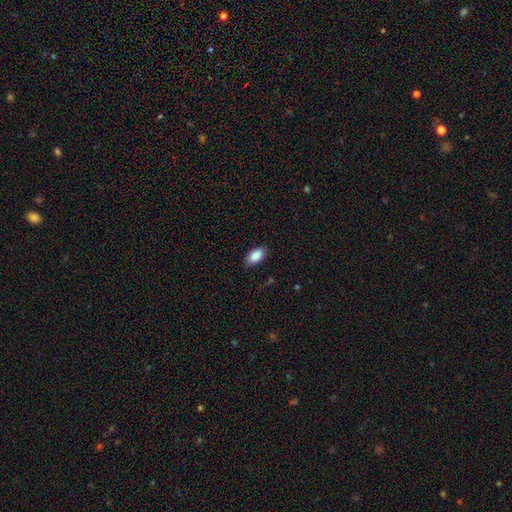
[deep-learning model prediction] Smooth or featured: smooth — 89% (star or artifact — 7%)
How rounded: in between — 93% (round — 5%)
Merging: none — 85% (minor disturbance — 11%)